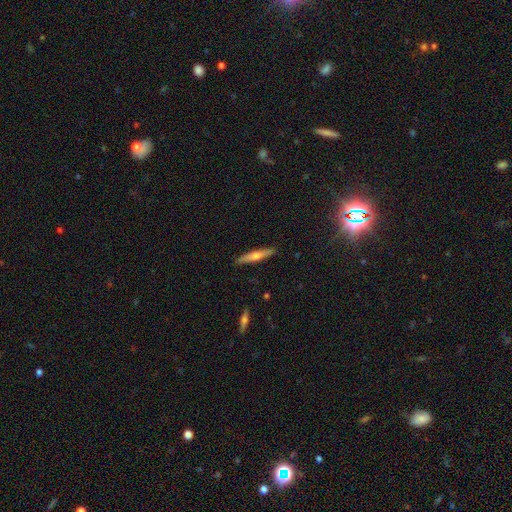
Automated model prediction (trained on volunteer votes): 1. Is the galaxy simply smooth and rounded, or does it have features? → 48% smooth, 46% featured or disk, 7% star or artifact.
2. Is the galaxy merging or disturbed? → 90% none, 7% minor disturbance, 1% major disturbance, 1% merger.